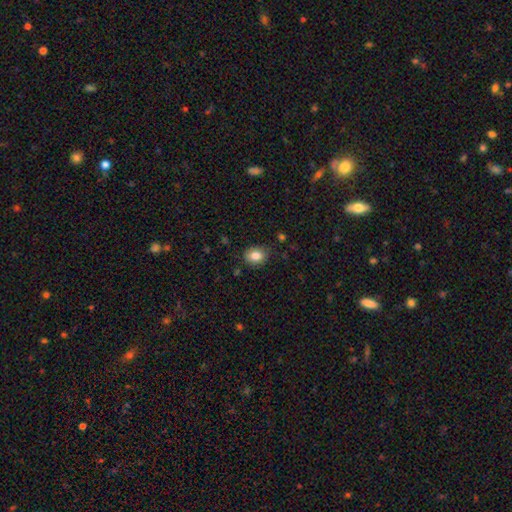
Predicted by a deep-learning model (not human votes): Morphology: type=smooth (83%); roundness=in between (57%); merging=none (81%).